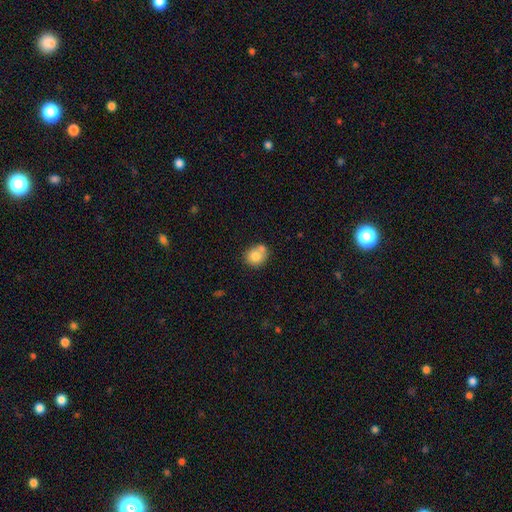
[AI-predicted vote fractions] Morphology: type=smooth (77%); roundness=round (78%); merging=none (48%).